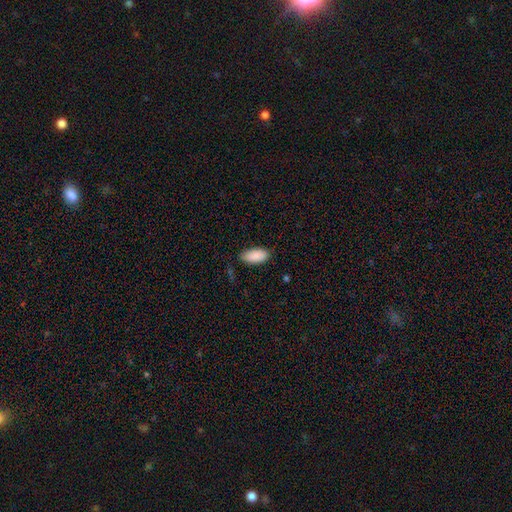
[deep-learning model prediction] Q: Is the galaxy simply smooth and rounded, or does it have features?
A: smooth — 90%.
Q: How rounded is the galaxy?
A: in between — 92%.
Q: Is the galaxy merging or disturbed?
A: none — 84%.